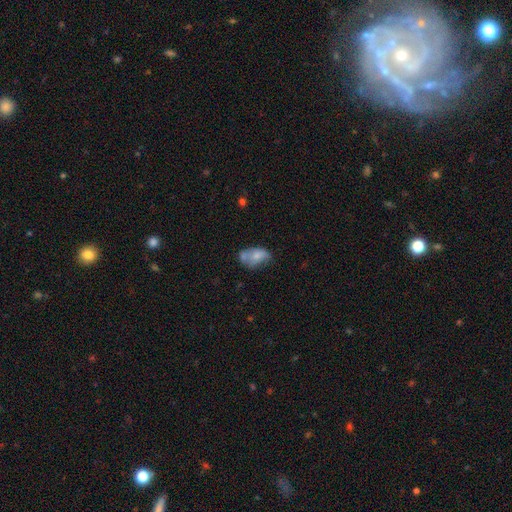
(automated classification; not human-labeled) Smooth or featured? smooth (65%)
How rounded? in between (87%)
Merging? none (35%)